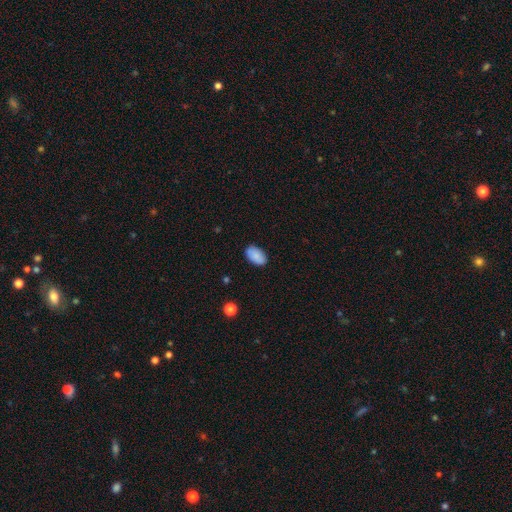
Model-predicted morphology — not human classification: type=smooth (89%); roundness=in between (93%); merging=none (86%).